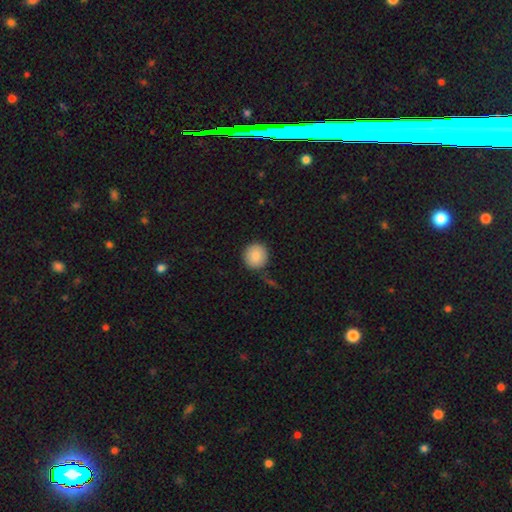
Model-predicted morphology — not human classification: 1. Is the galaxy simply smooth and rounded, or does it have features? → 86% smooth, 8% star or artifact, 7% featured or disk.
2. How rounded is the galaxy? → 93% round, 6% in between, 1% cigar-shaped.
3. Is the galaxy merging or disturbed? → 84% none, 9% minor disturbance, 4% merger, 3% major disturbance.